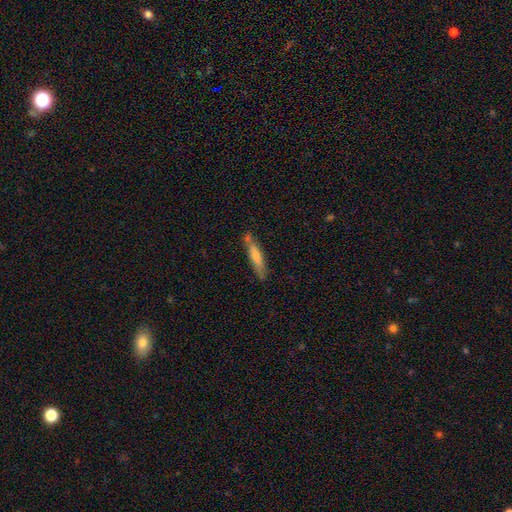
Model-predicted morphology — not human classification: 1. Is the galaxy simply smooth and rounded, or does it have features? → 61% smooth, 33% featured or disk, 6% star or artifact.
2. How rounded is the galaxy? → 86% cigar-shaped, 12% in between, 1% round.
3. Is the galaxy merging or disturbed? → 71% none, 17% minor disturbance, 8% merger, 3% major disturbance.